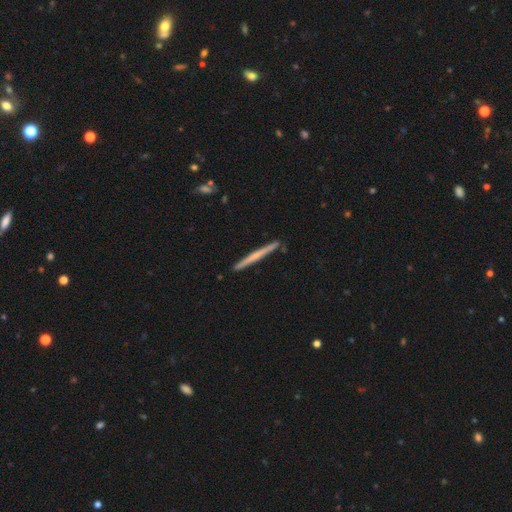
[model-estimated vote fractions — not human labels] smooth_or_featured: featured or disk (p=0.51) [alt: smooth p=0.44]
disk_edge_on: yes (p=0.98) [alt: no p=0.02]
merging: none (p=0.91) [alt: minor disturbance p=0.07]